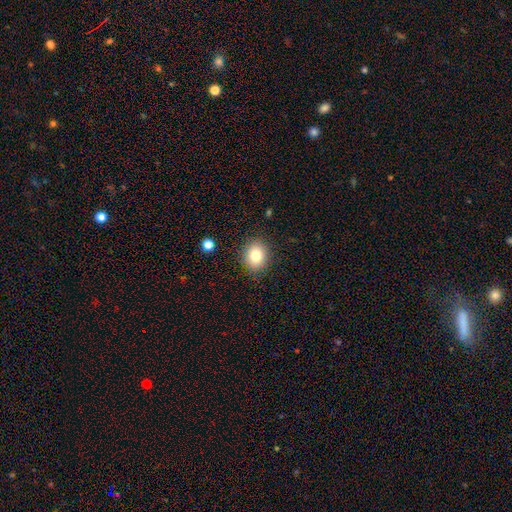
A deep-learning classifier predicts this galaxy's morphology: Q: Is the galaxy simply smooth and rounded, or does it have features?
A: smooth — 79%.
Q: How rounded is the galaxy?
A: round — 66%.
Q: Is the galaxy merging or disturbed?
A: none — 88%.